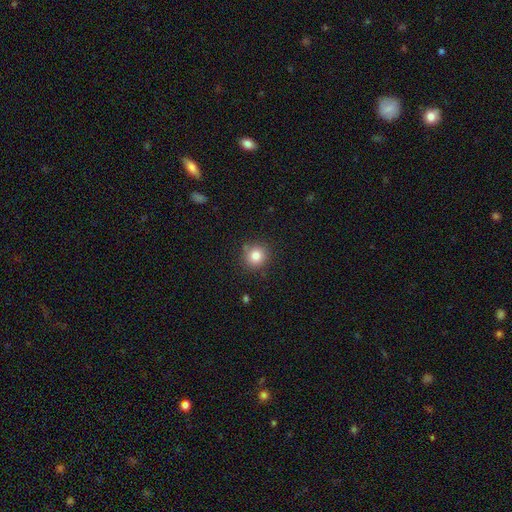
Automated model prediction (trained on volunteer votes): Morphology: type=smooth (82%); roundness=round (91%); merging=none (84%).